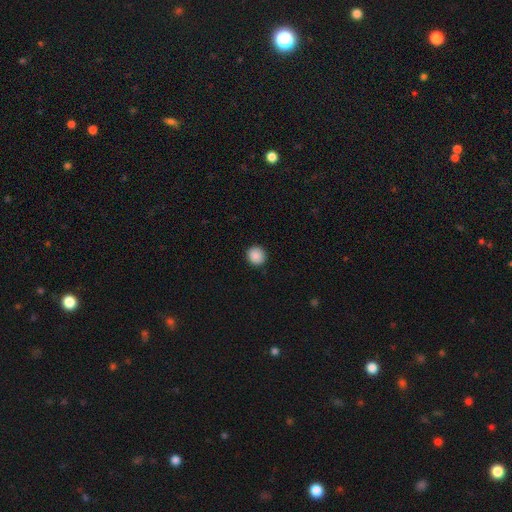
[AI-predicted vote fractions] smooth-or-featured: smooth: 89% | star or artifact: 8% | featured or disk: 2%
  how-rounded: round: 93% | in between: 7% | cigar-shaped: 1%
  merging: none: 92% | minor disturbance: 5% | major disturbance: 2% | merger: 1%